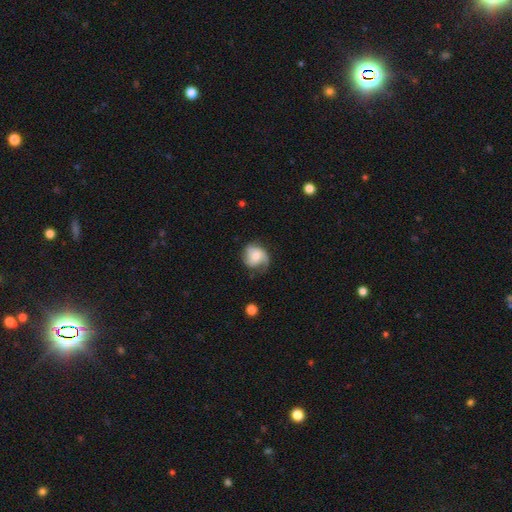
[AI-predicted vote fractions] This is likely a featured or disk galaxy (63%). It is clearly not viewed edge-on (98%). Bar: likely no (69%). Spiral arm pattern: clearly yes (92%). Spiral arm count: marginally 3 (39%). Spiral winding: marginally medium (44%). Central bulge: possibly moderate (52%). Merging: possibly none (59%).